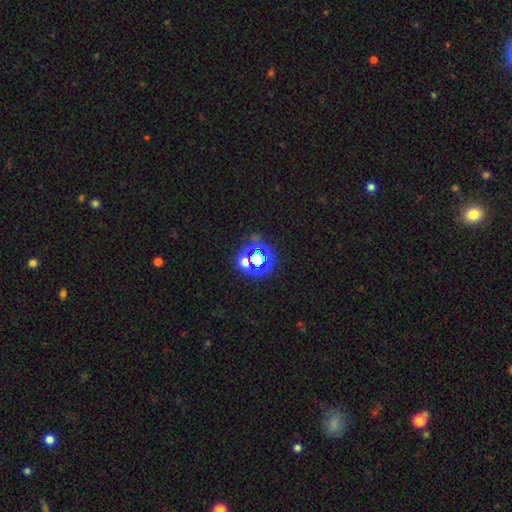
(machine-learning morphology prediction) smooth-or-featured: star or artifact: 70% | smooth: 21% | featured or disk: 9%